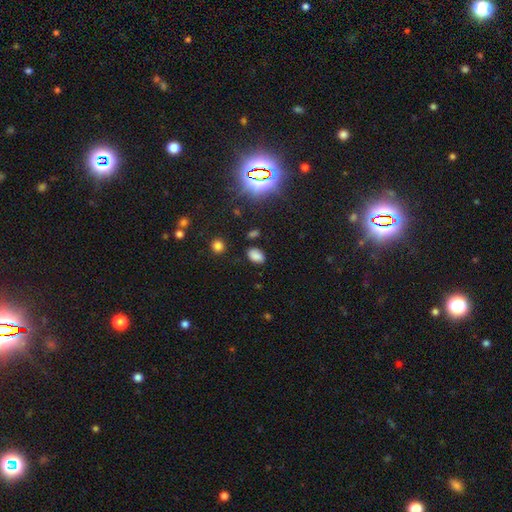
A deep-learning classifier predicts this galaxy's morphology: Q: Smooth or featured?
A: smooth (76%); runner-up: star or artifact (17%)
Q: How rounded?
A: in between (88%); runner-up: round (11%)
Q: Merging?
A: none (79%); runner-up: minor disturbance (14%)